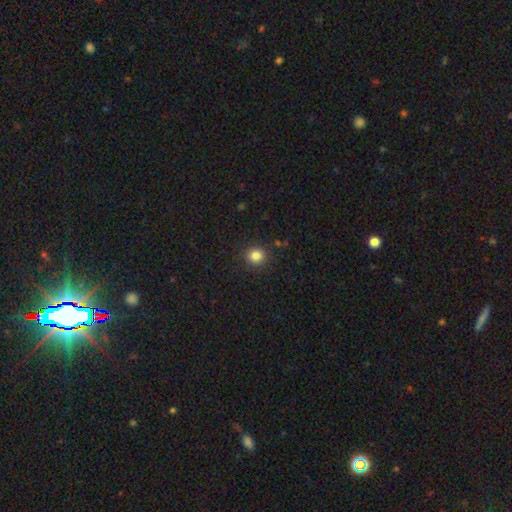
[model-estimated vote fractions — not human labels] Q: Smooth or featured?
A: smooth (83%); runner-up: star or artifact (12%)
Q: How rounded?
A: round (90%); runner-up: in between (9%)
Q: Merging?
A: none (90%); runner-up: minor disturbance (6%)